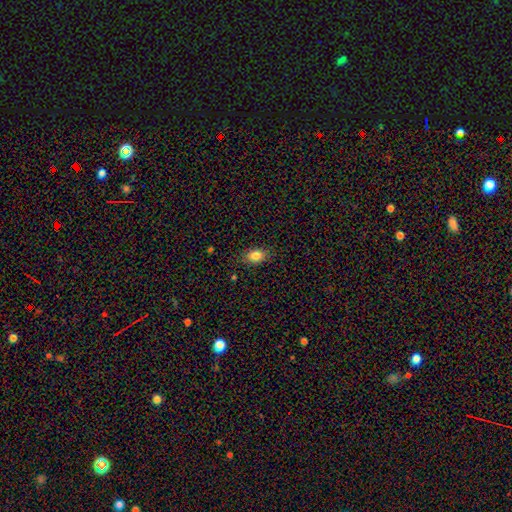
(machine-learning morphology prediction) Overall: smooth (83%). How rounded: in between (78%). Merging: none (84%).